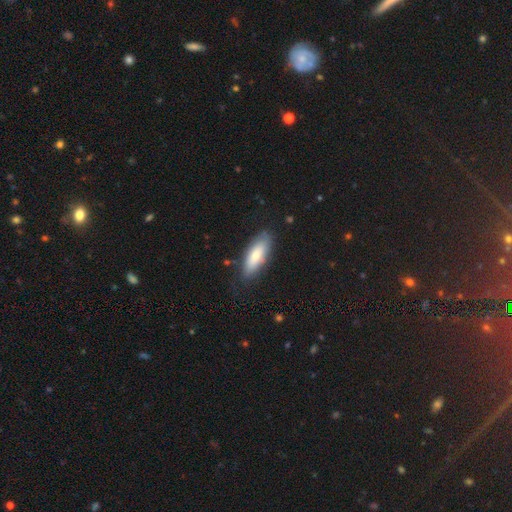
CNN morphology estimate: The model was most divided on "how rounded": in between: 68%, cigar-shaped: 30%, round: 2%. More confident: merging — none (78%); smooth or featured — smooth (75%).